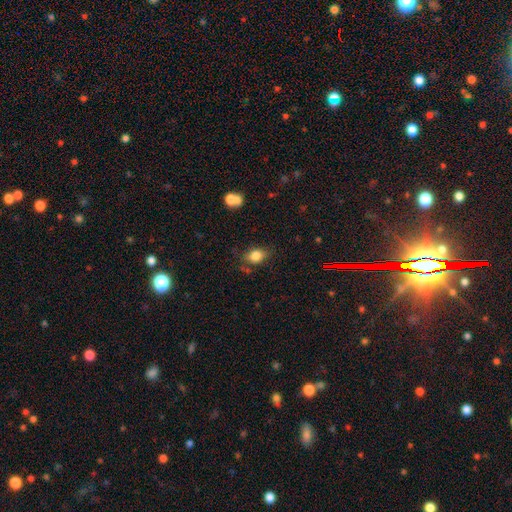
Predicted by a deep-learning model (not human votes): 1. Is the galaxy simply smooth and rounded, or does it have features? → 81% smooth, 10% star or artifact, 9% featured or disk.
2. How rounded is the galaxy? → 70% in between, 28% round, 2% cigar-shaped.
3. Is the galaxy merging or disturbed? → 71% none, 20% minor disturbance, 5% major disturbance, 4% merger.